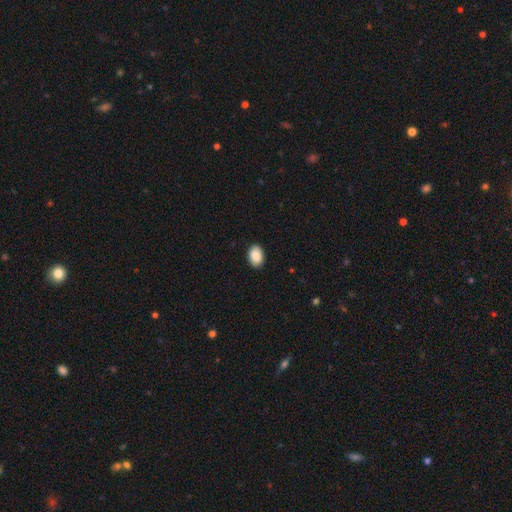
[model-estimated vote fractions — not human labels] Smooth or featured: smooth — 89% (star or artifact — 7%)
How rounded: in between — 87% (round — 12%)
Merging: none — 89% (minor disturbance — 8%)